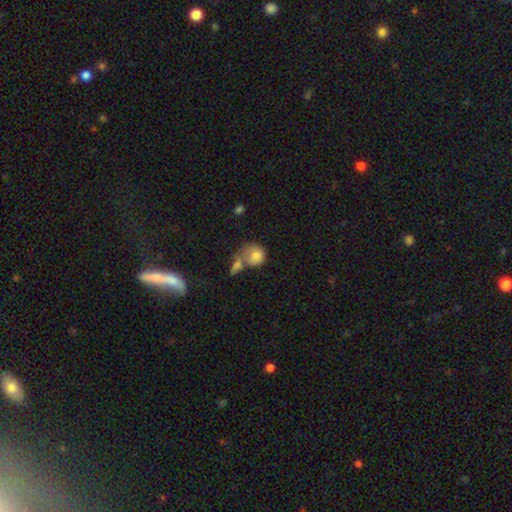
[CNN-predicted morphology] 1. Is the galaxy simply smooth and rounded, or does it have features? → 77% smooth, 15% featured or disk, 8% star or artifact.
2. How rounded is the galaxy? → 72% round, 27% in between, 1% cigar-shaped.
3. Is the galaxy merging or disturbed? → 48% merger, 29% none, 14% minor disturbance, 9% major disturbance.